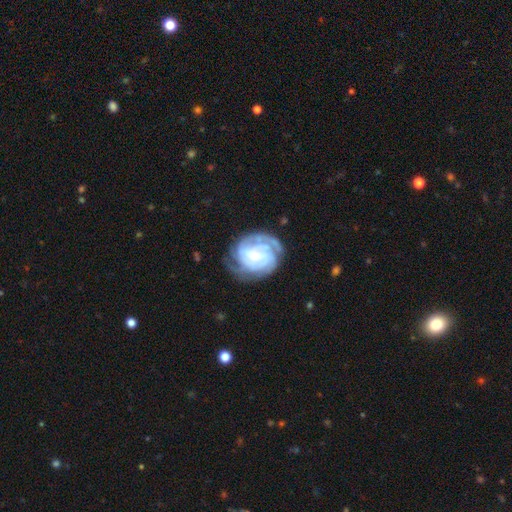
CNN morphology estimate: This appears to be a featured or disk galaxy (85%) with no bar (49%), tight (72%) spiral arms (96%) and a small central bulge (57%). Merging: none (69%).